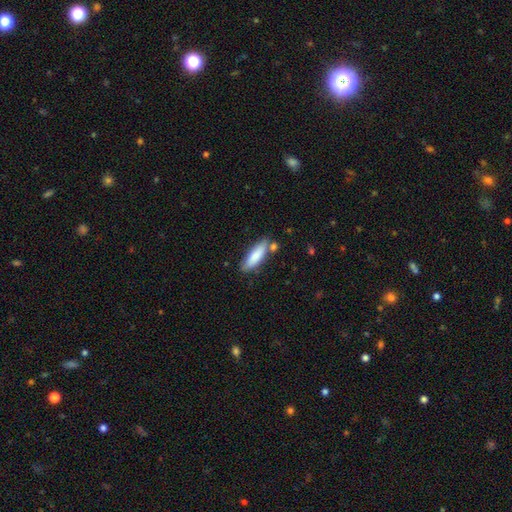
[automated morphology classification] This is clearly a smooth galaxy (80%). How rounded: possibly cigar-shaped (53%). Merging: likely none (71%).